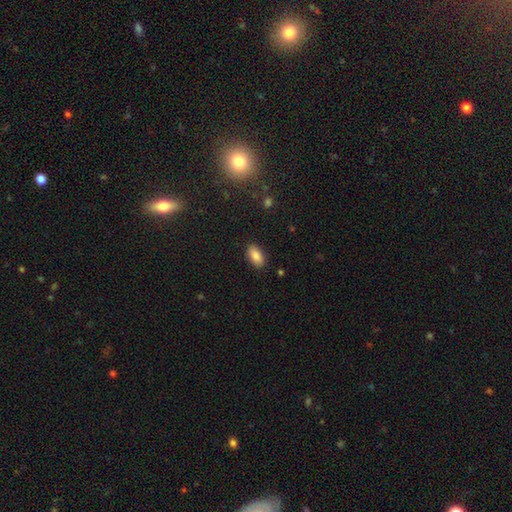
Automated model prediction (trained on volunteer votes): smooth-or-featured: smooth: 87% | star or artifact: 8% | featured or disk: 6%
  how-rounded: in between: 93% | round: 4% | cigar-shaped: 4%
  merging: none: 88% | minor disturbance: 9% | major disturbance: 2% | merger: 1%